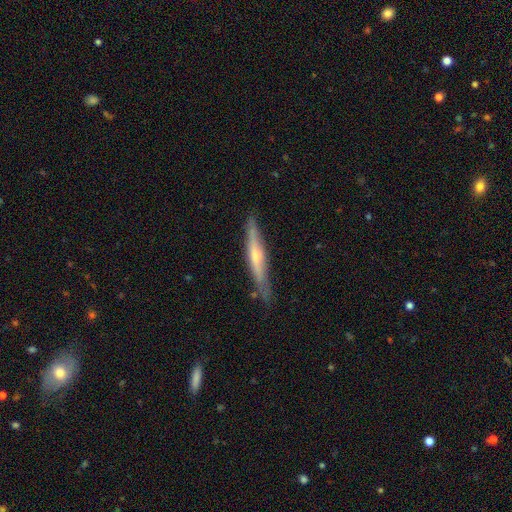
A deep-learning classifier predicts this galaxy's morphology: smooth_or_featured: featured or disk (p=0.63) [alt: smooth p=0.31]
disk_edge_on: yes (p=0.94) [alt: no p=0.06]
edge_on_bulge: rounded (p=0.69) [alt: none p=0.24]
merging: none (p=0.82) [alt: minor disturbance p=0.14]